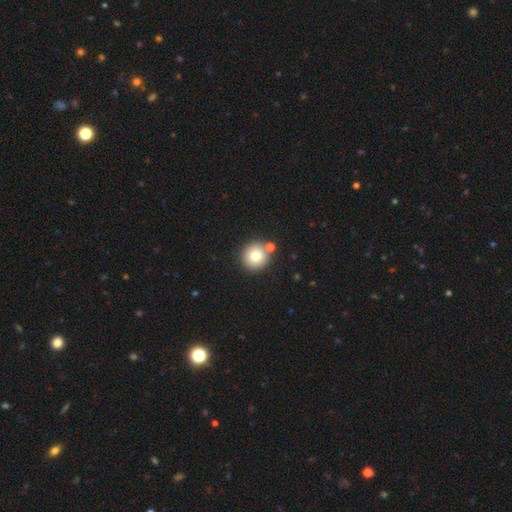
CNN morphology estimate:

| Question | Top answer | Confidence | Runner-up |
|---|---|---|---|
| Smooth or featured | smooth | 76% | featured or disk (12%) |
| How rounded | round | 93% | in between (6%) |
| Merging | none | 77% | merger (13%) |